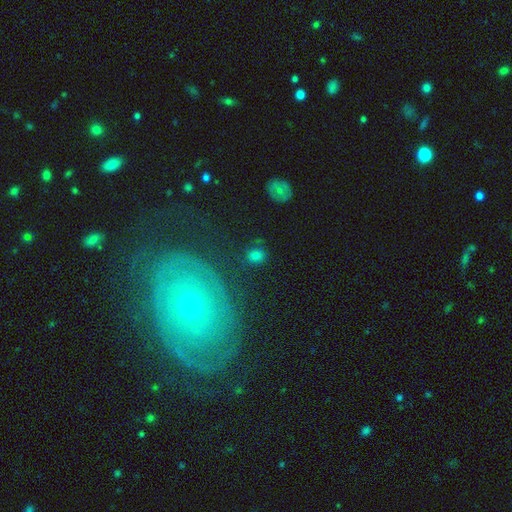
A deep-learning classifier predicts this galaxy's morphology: smooth_or_featured: smooth (p=0.72) [alt: star or artifact p=0.17]
how_rounded: round (p=0.75) [alt: in between p=0.23]
merging: none (p=0.77) [alt: minor disturbance p=0.12]